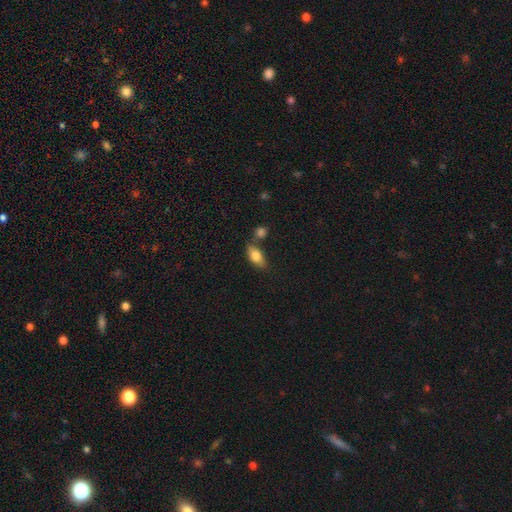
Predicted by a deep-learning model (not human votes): Smooth or featured: smooth — 77% (featured or disk — 16%)
How rounded: in between — 83% (cigar-shaped — 12%)
Merging: none — 62% (minor disturbance — 17%)